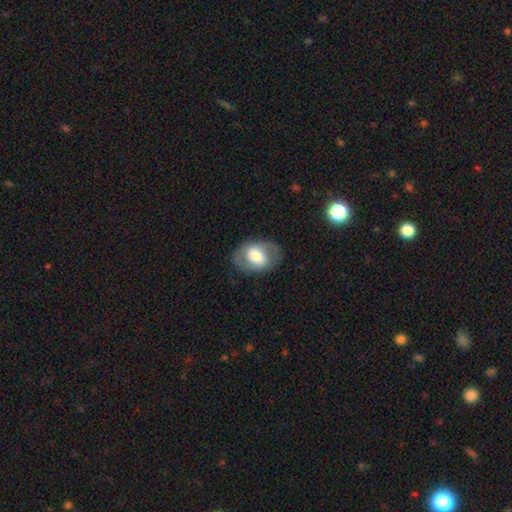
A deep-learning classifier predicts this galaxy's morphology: Q: Smooth or featured?
A: smooth (49%); runner-up: featured or disk (44%)
Q: Merging?
A: none (77%); runner-up: minor disturbance (14%)